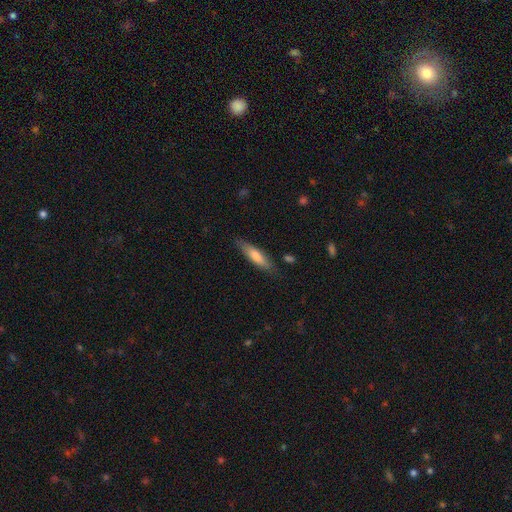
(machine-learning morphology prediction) Q: Smooth or featured?
A: smooth (67%); runner-up: featured or disk (27%)
Q: How rounded?
A: cigar-shaped (78%); runner-up: in between (20%)
Q: Merging?
A: none (82%); runner-up: minor disturbance (14%)